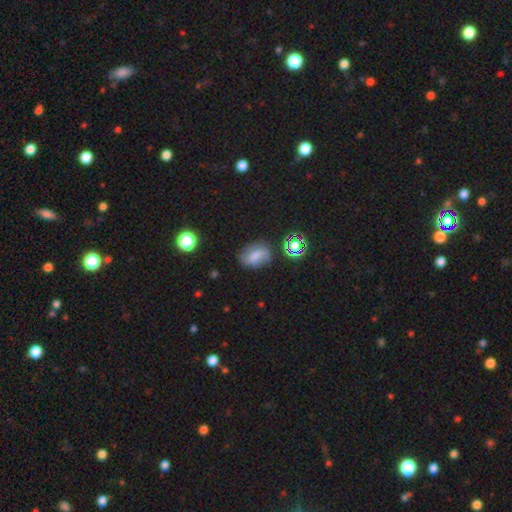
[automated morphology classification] Smooth or featured: smooth — 58% (featured or disk — 25%)
How rounded: in between — 71% (round — 25%)
Merging: none — 64% (minor disturbance — 24%)